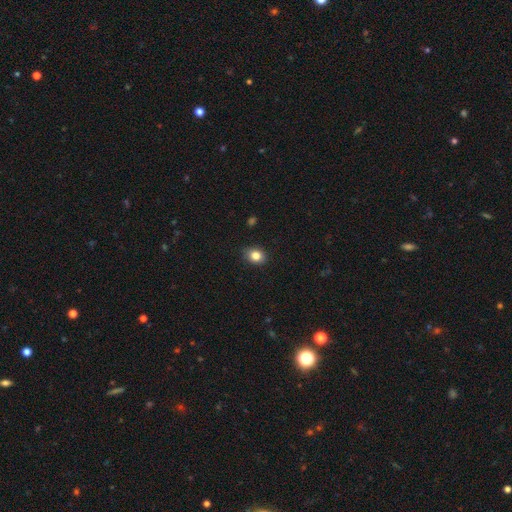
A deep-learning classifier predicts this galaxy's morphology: A smooth galaxy with no disk features (83%) that is round (50%). Merging: none (88%).